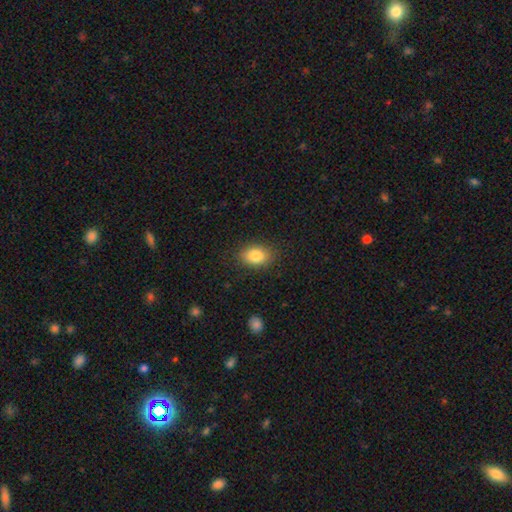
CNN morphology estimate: smooth 84%, star or artifact 8%, featured or disk 8%. Down the decision tree: how rounded — in between (79%); merging — none (85%).